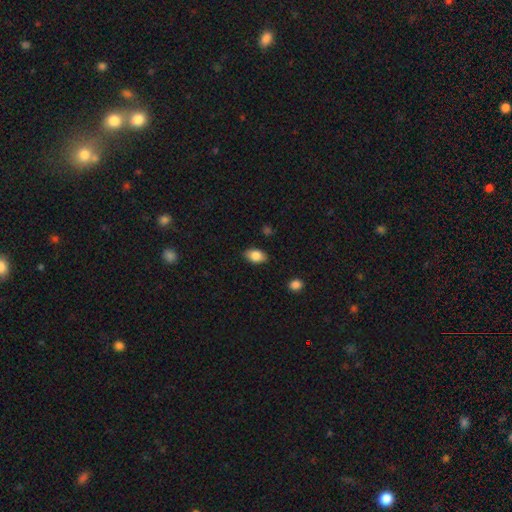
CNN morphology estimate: A smooth galaxy with no disk features (84%) that is in between round and cigar-shaped (87%).

Vote fractions:
- Smooth or featured? smooth: 84% / featured or disk: 8% / star or artifact: 8%
- How rounded? in between: 87% / round: 11% / cigar-shaped: 2%
- Merging? none: 85% / minor disturbance: 11% / major disturbance: 2% / merger: 1%